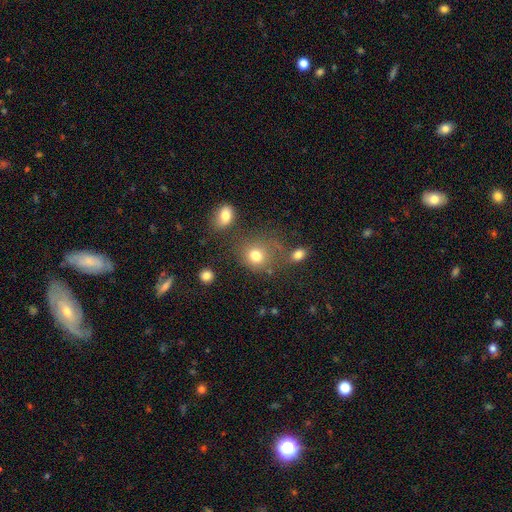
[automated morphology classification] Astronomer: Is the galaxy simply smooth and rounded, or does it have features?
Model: smooth — 78%.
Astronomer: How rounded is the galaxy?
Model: round — 77%.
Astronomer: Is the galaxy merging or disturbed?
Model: none — 64%.